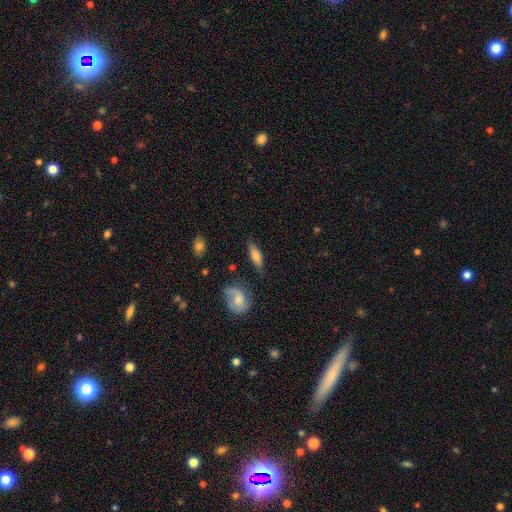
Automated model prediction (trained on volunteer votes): Morphology: type=smooth (72%); roundness=in between (56%); merging=none (77%).